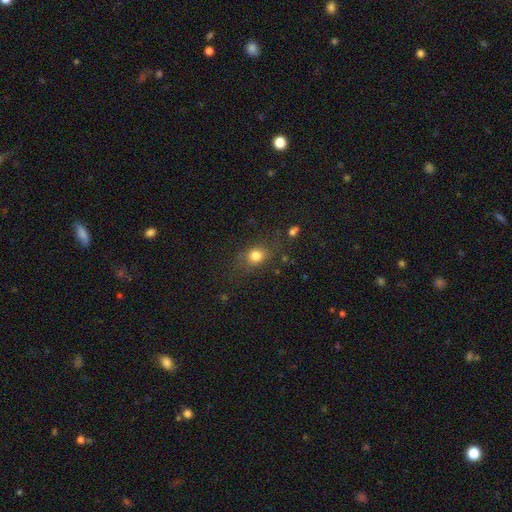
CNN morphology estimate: type=smooth (79%); roundness=round (62%); merging=none (74%).